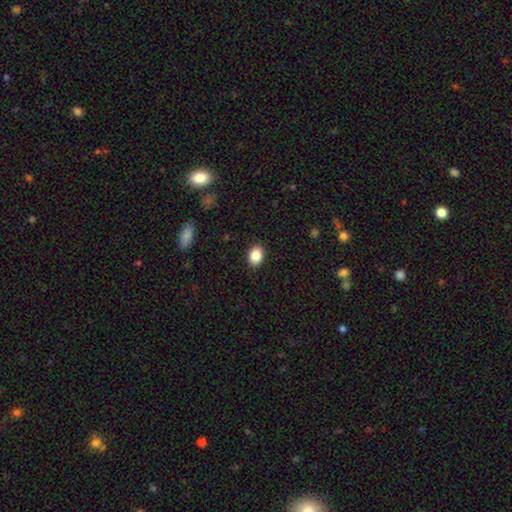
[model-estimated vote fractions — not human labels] smooth_or_featured: smooth (p=0.87) [alt: star or artifact p=0.09]
how_rounded: in between (p=0.70) [alt: round p=0.29]
merging: none (p=0.89) [alt: minor disturbance p=0.08]